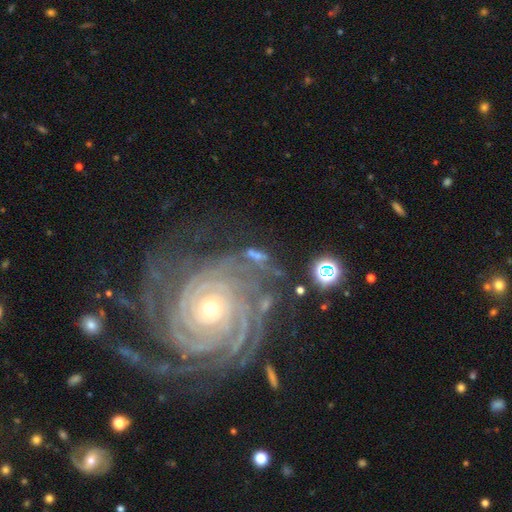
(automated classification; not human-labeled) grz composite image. It shows a featured or disk galaxy (76%) with no bar (70%), tight (80%) spiral arms (94%) and a small central bulge (57%). Merging: none (59%).